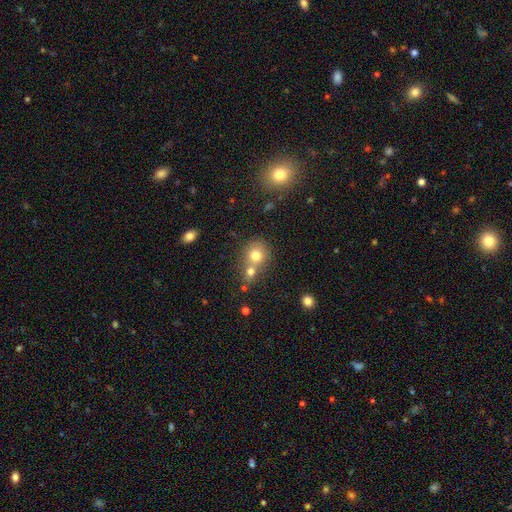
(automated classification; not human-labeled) Smooth or featured? smooth (74%)
How rounded? round (79%)
Merging? merger (48%)